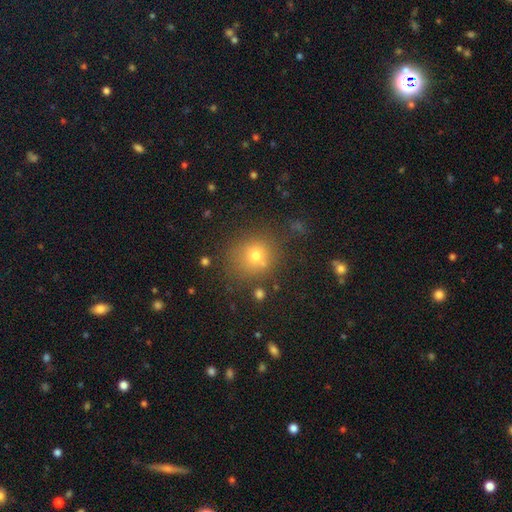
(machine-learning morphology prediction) Overall: smooth (71%). How rounded: round (83%). Merging: none (73%).